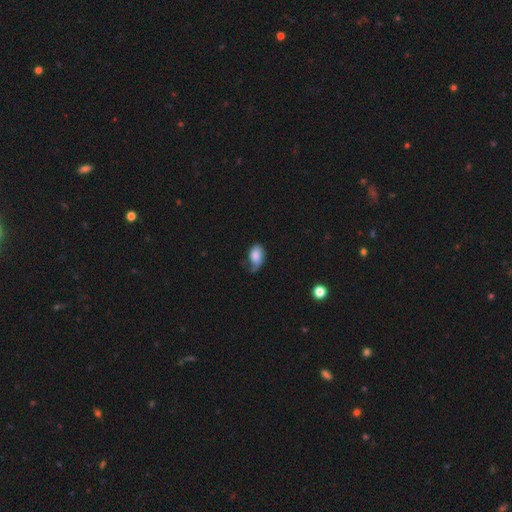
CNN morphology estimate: smooth 74%, featured or disk 19%, star or artifact 8%. Down the decision tree: how rounded — in between (88%); merging — minor disturbance (36%).